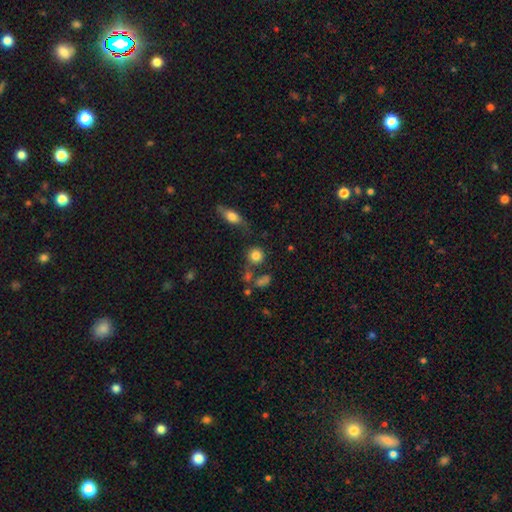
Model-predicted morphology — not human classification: smooth 81%, star or artifact 11%, featured or disk 8%. Down the decision tree: how rounded — round (88%); merging — none (69%).